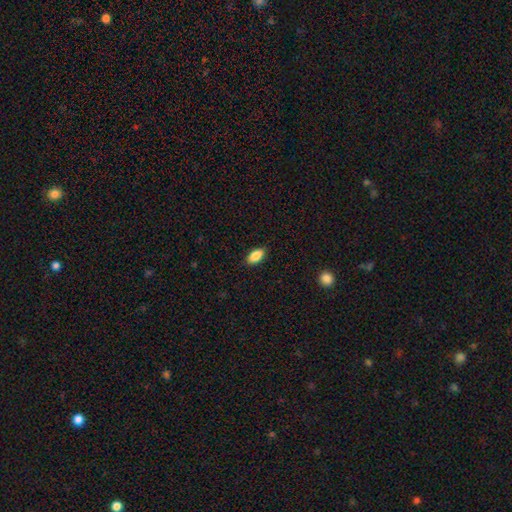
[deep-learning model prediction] This appears to be a smooth galaxy with no disk features (86%) that is in between round and cigar-shaped (91%). Merging: none (87%).